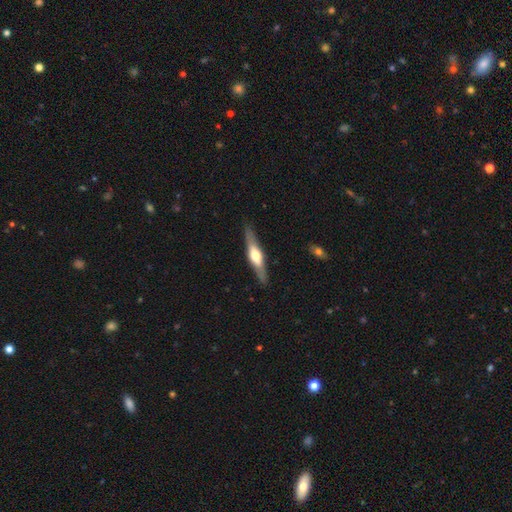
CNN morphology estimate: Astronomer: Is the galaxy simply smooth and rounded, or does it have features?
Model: featured or disk — 63%.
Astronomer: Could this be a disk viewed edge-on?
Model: yes — 94%.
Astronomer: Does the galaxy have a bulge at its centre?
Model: rounded — 88%.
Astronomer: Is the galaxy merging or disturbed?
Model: none — 87%.